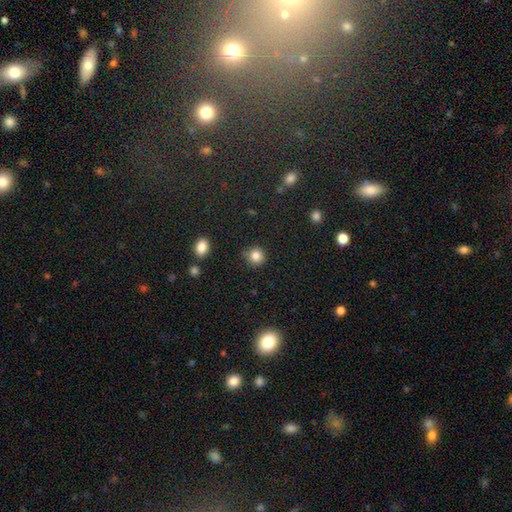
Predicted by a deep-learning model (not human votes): A smooth galaxy with no disk features (84%) that is round (89%). Merging: none (81%).